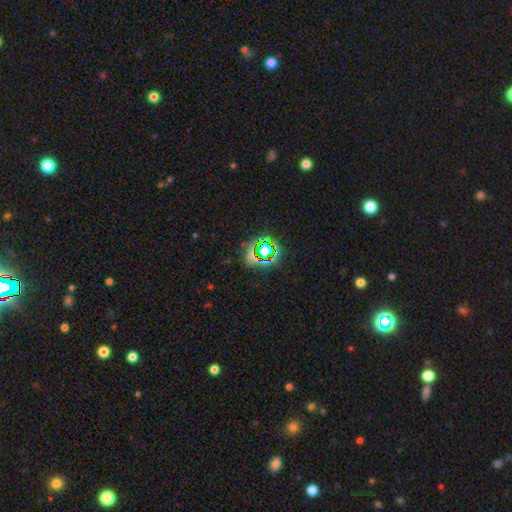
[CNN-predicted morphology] star or artifact 66%, smooth 24%, featured or disk 11%.